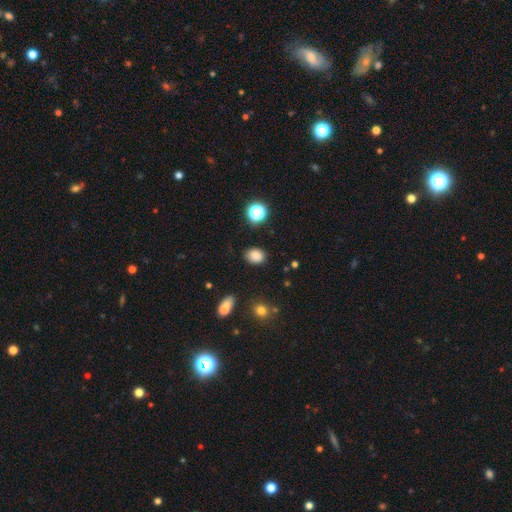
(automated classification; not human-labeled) Q: Smooth or featured?
A: smooth (83%); runner-up: star or artifact (12%)
Q: How rounded?
A: in between (60%); runner-up: round (38%)
Q: Merging?
A: none (85%); runner-up: minor disturbance (10%)